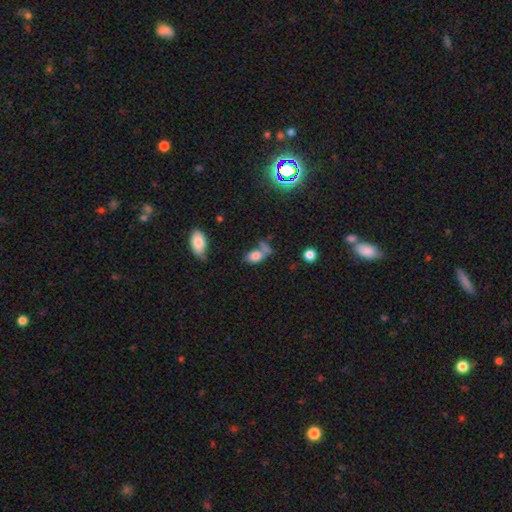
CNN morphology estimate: smooth 75%, featured or disk 13%, star or artifact 12%. Down the decision tree: how rounded — in between (82%); merging — none (35%).